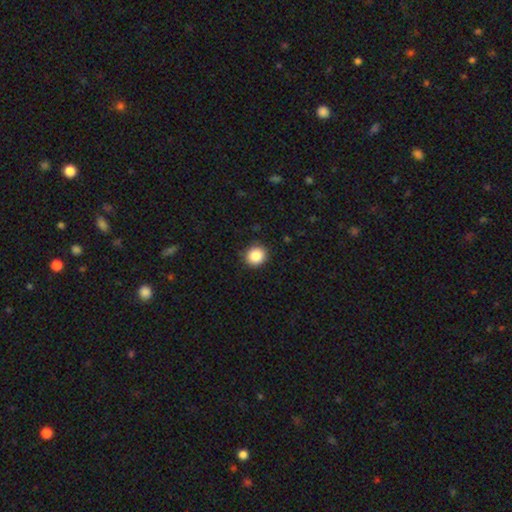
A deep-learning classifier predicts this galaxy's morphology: This is clearly a smooth galaxy (87%). How rounded: clearly round (87%). Merging: clearly none (89%).